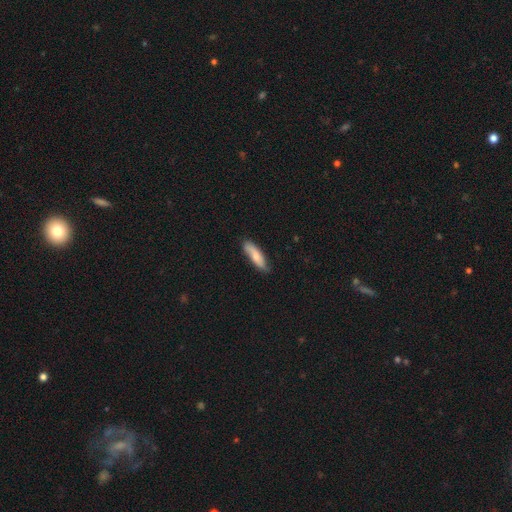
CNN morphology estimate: A smooth galaxy with no disk features (70%) that is cigar-shaped (60%). Merging: none (78%).